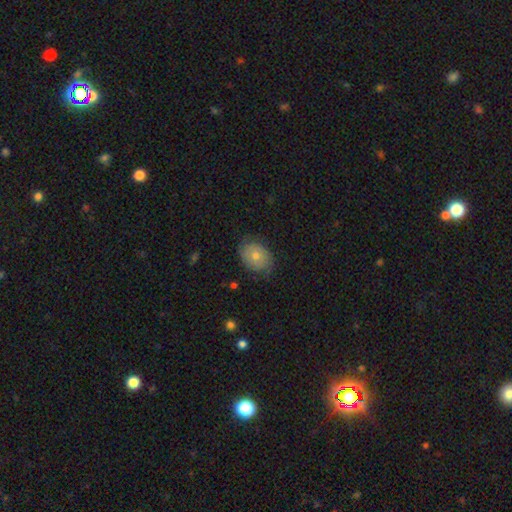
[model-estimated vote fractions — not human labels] Morphology: type=smooth (57%); roundness=in between (62%); merging=none (72%).